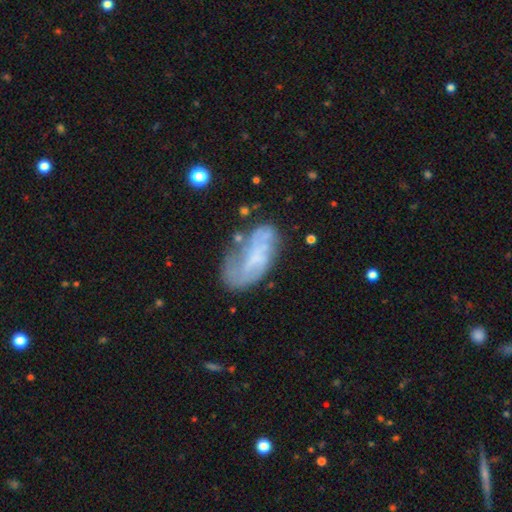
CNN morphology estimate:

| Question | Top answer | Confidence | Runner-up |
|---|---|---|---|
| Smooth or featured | featured or disk | 55% | smooth (35%) |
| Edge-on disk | no | 94% | yes (6%) |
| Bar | no | 61% | weak (28%) |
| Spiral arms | yes | 52% | no (48%) |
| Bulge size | none | 57% | small (25%) |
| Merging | none | 48% | minor disturbance (27%) |